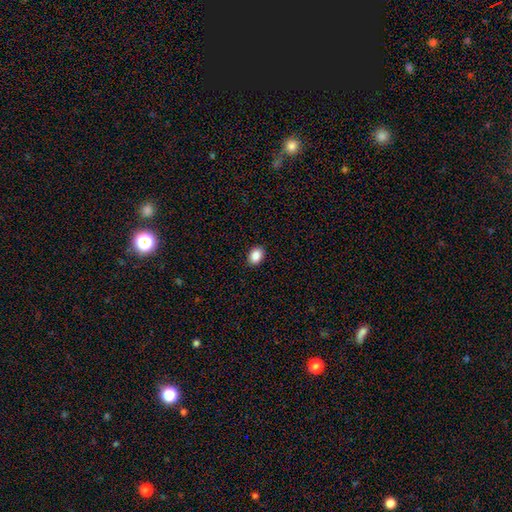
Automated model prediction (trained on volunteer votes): smooth 88%, star or artifact 8%, featured or disk 4%. Down the decision tree: how rounded — in between (72%); merging — none (90%).